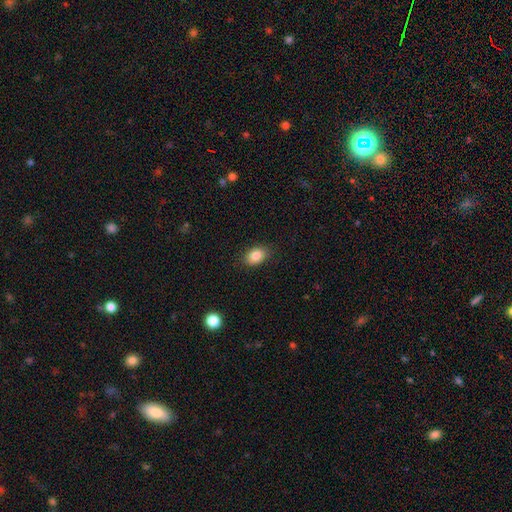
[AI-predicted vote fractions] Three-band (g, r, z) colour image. It shows a smooth galaxy with no disk features (86%) that is in between round and cigar-shaped (81%). Merging: none (86%).